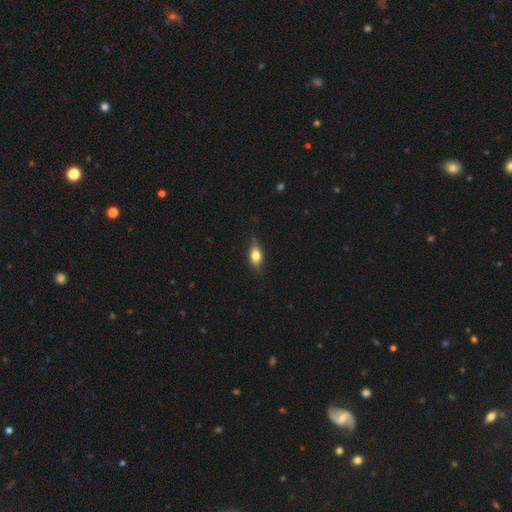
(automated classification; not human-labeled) Smooth or featured?
  - smooth: 66% *
  - featured or disk: 26%
  - star or artifact: 8%
How rounded?
  - in between: 76% *
  - round: 13%
  - cigar-shaped: 10%
Merging?
  - none: 73% *
  - minor disturbance: 21%
  - major disturbance: 4%
  - merger: 1%